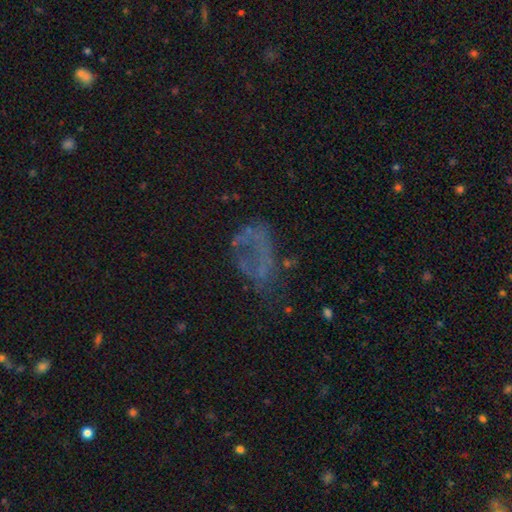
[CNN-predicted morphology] This is marginally a featured or disk galaxy (39%). Merging: possibly none (47%).